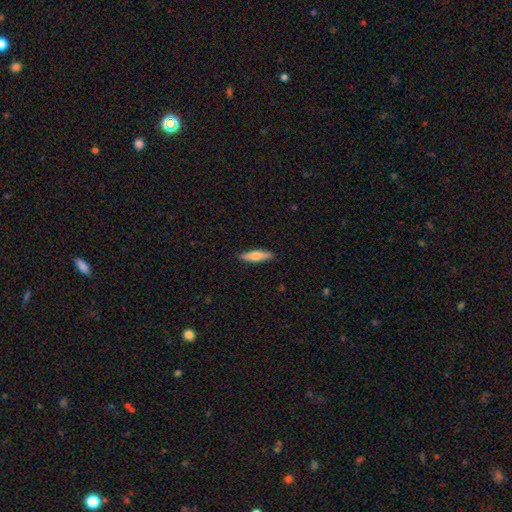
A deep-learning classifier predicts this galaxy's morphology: type=smooth (61%); roundness=cigar-shaped (69%); merging=none (89%).